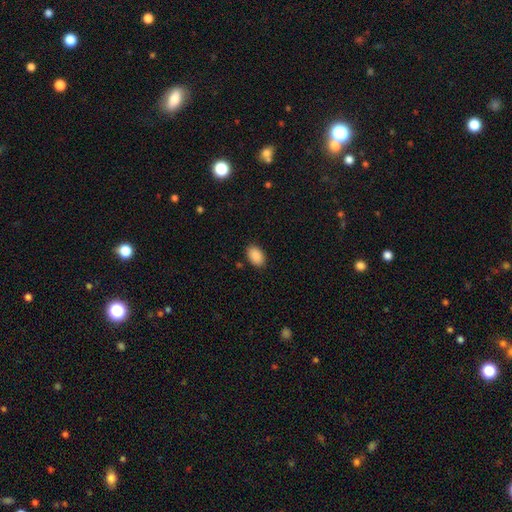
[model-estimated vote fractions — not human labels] Morphology: type=smooth (90%); roundness=in between (91%); merging=none (88%).